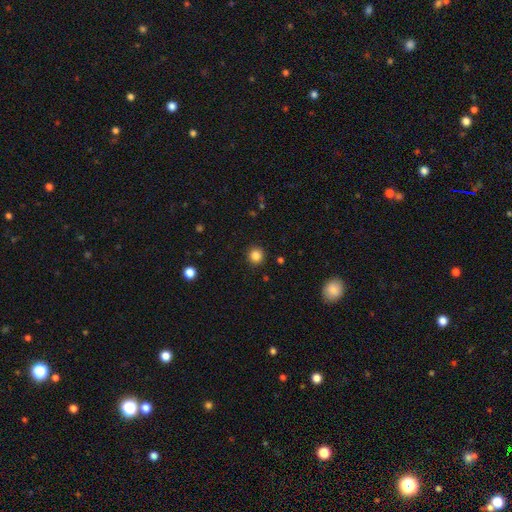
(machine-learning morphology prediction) smooth_or_featured: smooth (p=0.84) [alt: star or artifact p=0.12]
how_rounded: round (p=0.94) [alt: in between p=0.05]
merging: none (p=0.92) [alt: minor disturbance p=0.05]